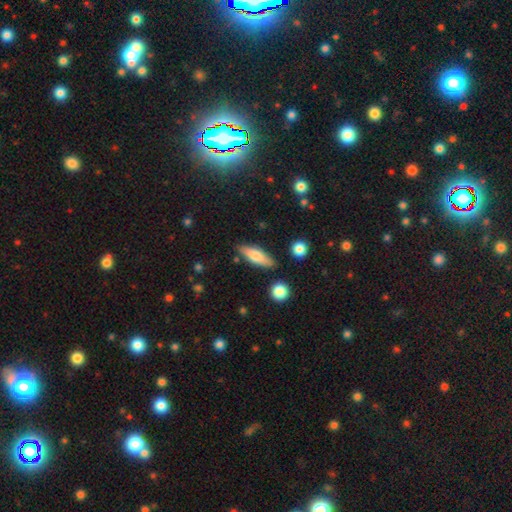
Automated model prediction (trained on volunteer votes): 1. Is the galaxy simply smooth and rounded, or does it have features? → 68% smooth, 26% featured or disk, 6% star or artifact.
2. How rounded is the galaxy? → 55% in between, 42% cigar-shaped, 3% round.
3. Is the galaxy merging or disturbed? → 81% none, 12% minor disturbance, 4% merger, 3% major disturbance.